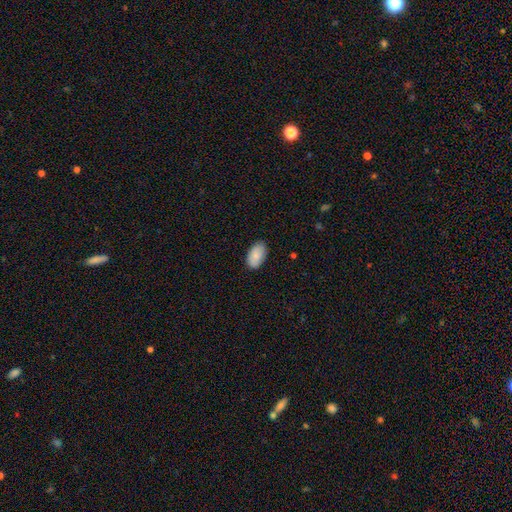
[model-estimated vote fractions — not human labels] Morphology: type=smooth (87%); roundness=in between (95%); merging=none (85%).